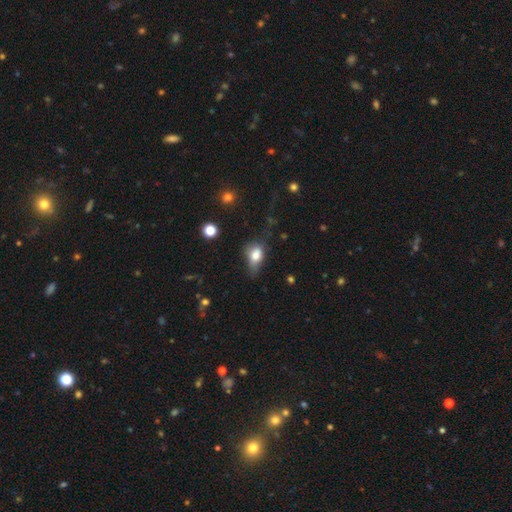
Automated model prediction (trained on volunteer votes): This appears to be a smooth galaxy with no disk features (75%) that is in between round and cigar-shaped (76%). Merging: minor disturbance (37%).